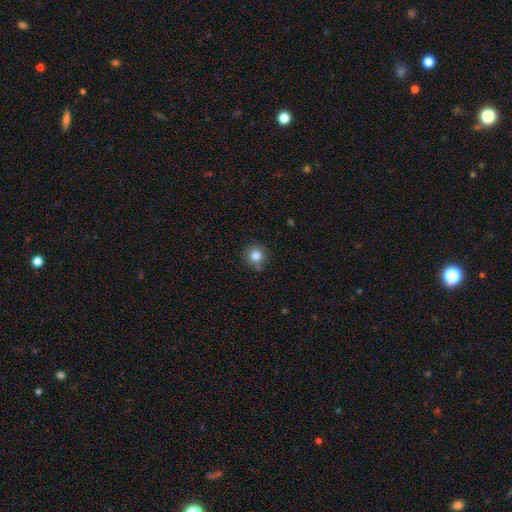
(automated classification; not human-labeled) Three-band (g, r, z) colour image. It shows a smooth galaxy with no disk features (82%) that is round (92%). Merging: none (79%).